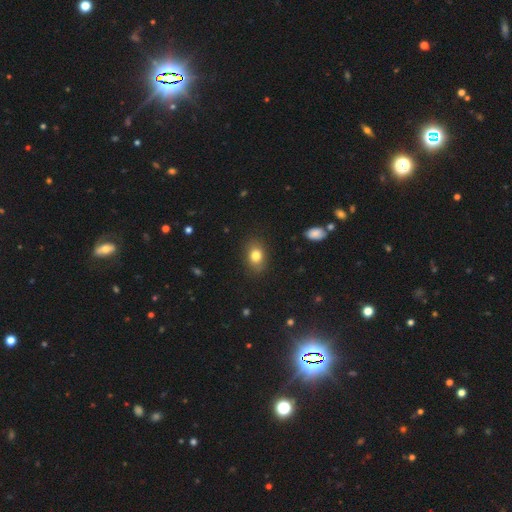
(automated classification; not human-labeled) A smooth galaxy with no disk features (80%) that is in between round and cigar-shaped (71%).

Vote fractions:
- Smooth or featured? smooth: 80% / star or artifact: 10% / featured or disk: 9%
- How rounded? in between: 71% / round: 28% / cigar-shaped: 1%
- Merging? none: 84% / minor disturbance: 12% / major disturbance: 3% / merger: 1%